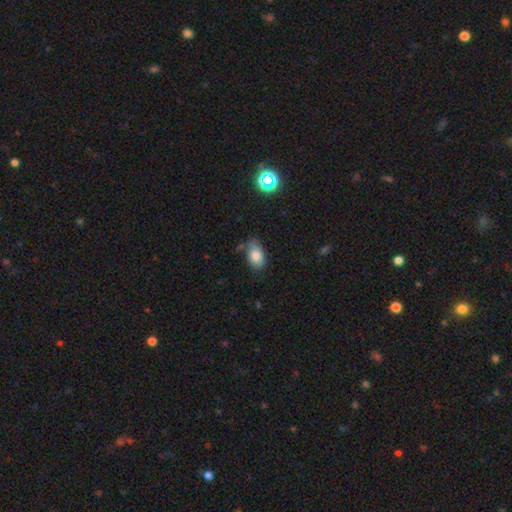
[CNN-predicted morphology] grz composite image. It shows a smooth galaxy with no disk features (81%) that is in between round and cigar-shaped (90%). Merging: none (65%).